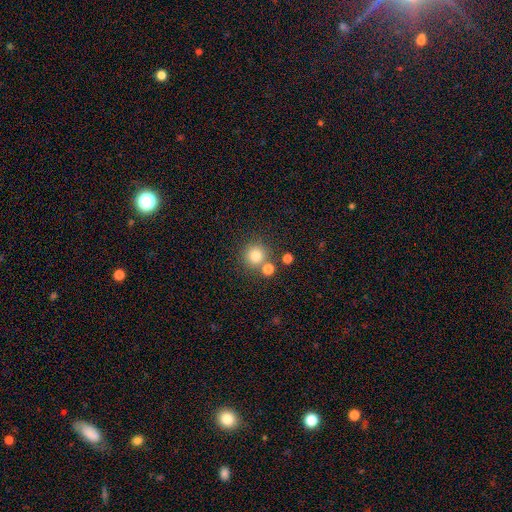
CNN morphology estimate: type=smooth (80%); roundness=round (93%); merging=none (72%).